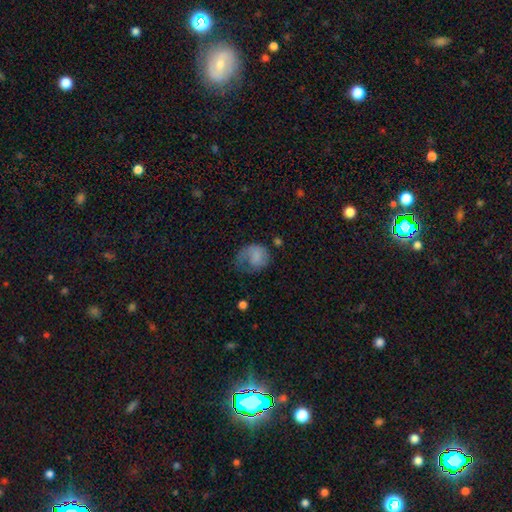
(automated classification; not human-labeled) A smooth galaxy with no disk features (64%) that is round (59%). Merging: major disturbance (43%).